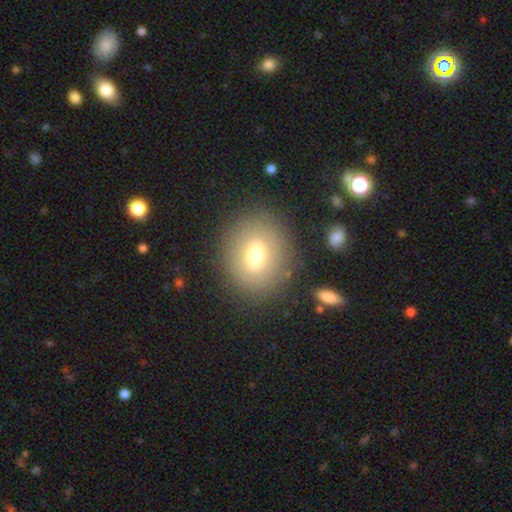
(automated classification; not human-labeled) Q: Smooth or featured?
A: smooth (67%); runner-up: featured or disk (23%)
Q: How rounded?
A: round (51%); runner-up: in between (47%)
Q: Merging?
A: none (84%); runner-up: minor disturbance (10%)